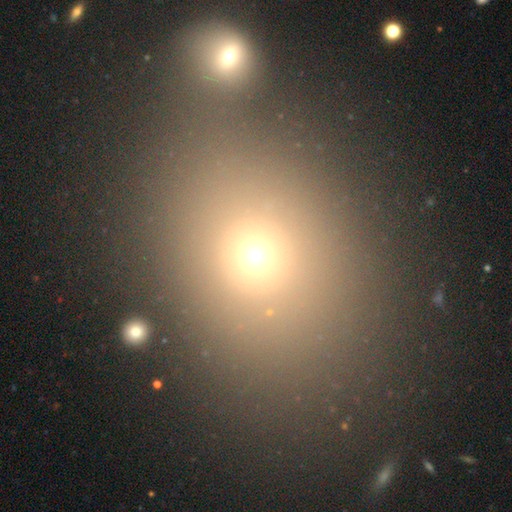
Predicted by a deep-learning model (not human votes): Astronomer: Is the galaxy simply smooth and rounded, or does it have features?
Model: smooth — 66%.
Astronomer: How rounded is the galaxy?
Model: round — 68%.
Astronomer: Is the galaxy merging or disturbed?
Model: none — 76%.